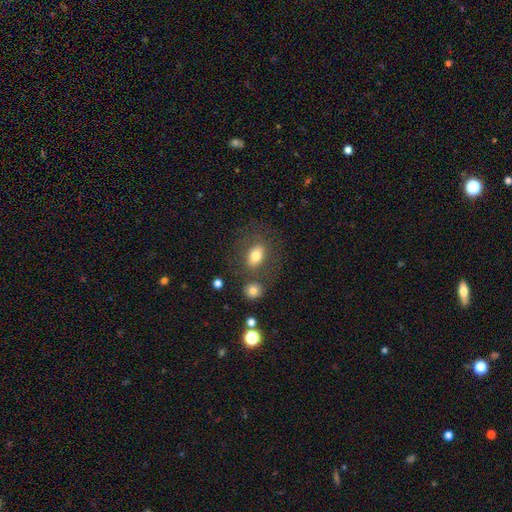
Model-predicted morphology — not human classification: smooth-or-featured: smooth: 74% | featured or disk: 17% | star or artifact: 10%
  how-rounded: in between: 76% | round: 22% | cigar-shaped: 2%
  merging: none: 64% | minor disturbance: 15% | merger: 12% | major disturbance: 9%